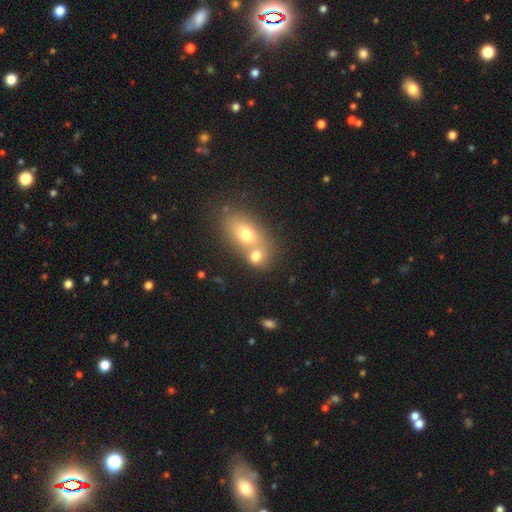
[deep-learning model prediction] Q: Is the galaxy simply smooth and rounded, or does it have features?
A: smooth — 72%.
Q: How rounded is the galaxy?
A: in between — 53%.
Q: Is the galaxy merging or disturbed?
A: merger — 59%.